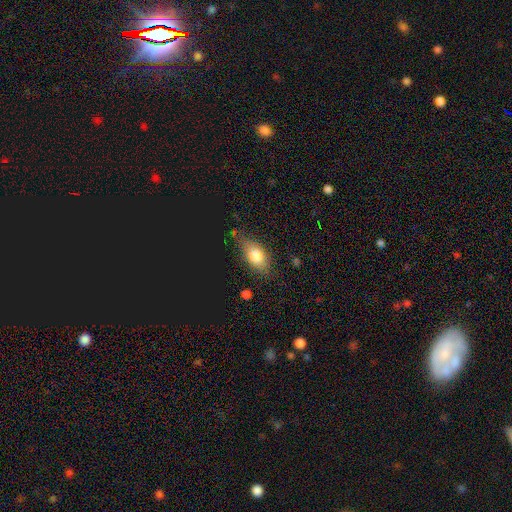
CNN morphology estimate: type=smooth (75%); roundness=in between (82%); merging=none (70%).